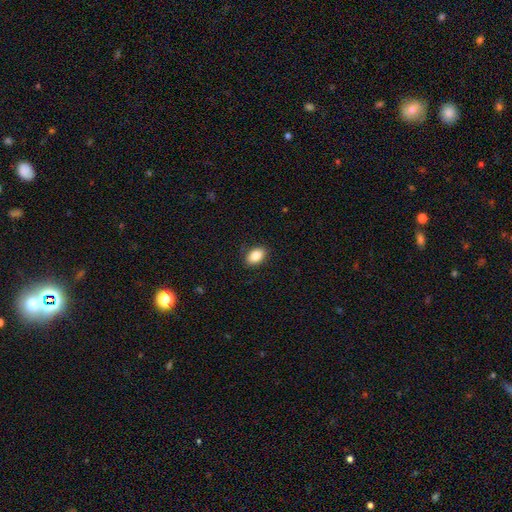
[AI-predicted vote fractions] Overall: smooth (85%). How rounded: in between (85%). Merging: none (88%).